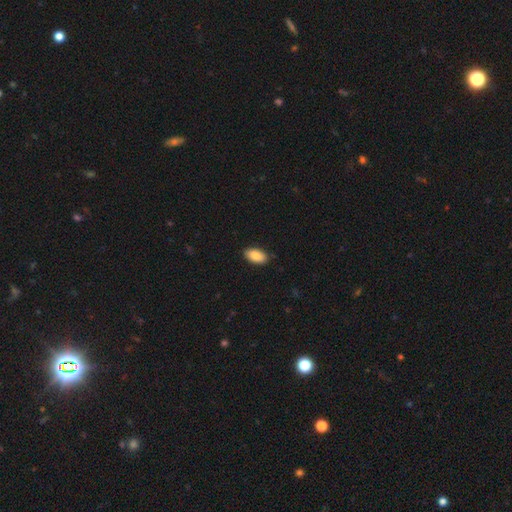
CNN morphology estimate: This is clearly a smooth galaxy (89%). How rounded: clearly in between (94%). Merging: clearly none (87%).